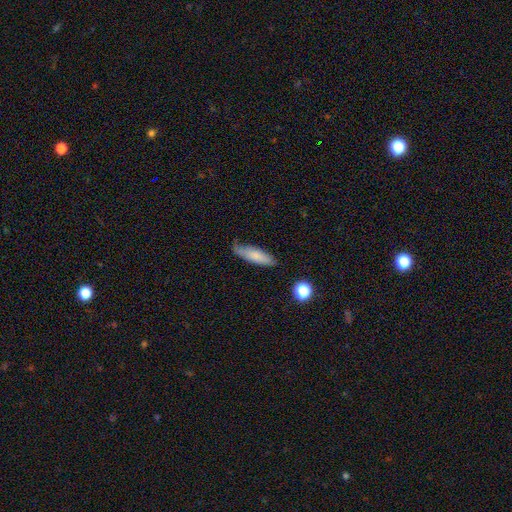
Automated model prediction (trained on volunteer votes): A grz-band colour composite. It shows a smooth galaxy with no disk features (76%) that is cigar-shaped (60%). Merging: none (69%).